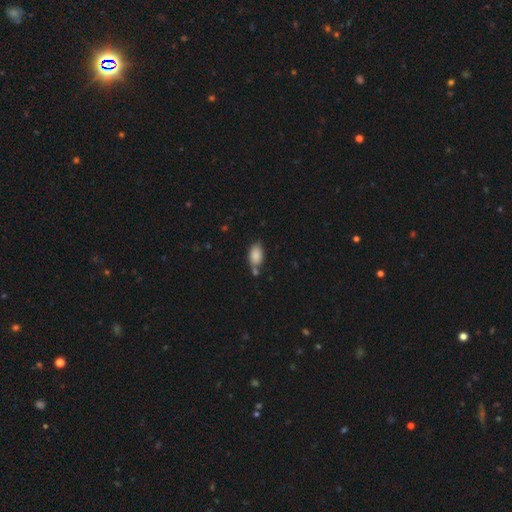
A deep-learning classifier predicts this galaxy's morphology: smooth_or_featured: smooth (p=0.86) [alt: star or artifact p=0.08]
how_rounded: in between (p=0.91) [alt: round p=0.06]
merging: none (p=0.56) [alt: minor disturbance p=0.20]